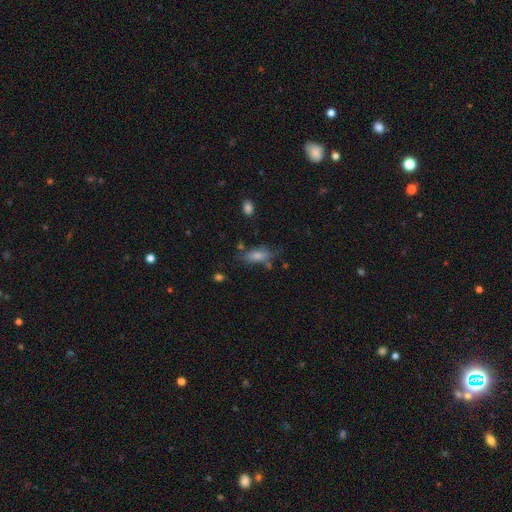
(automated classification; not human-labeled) Q: Smooth or featured?
A: smooth (56%); runner-up: featured or disk (28%)
Q: How rounded?
A: in between (67%); runner-up: cigar-shaped (28%)
Q: Merging?
A: none (60%); runner-up: minor disturbance (22%)